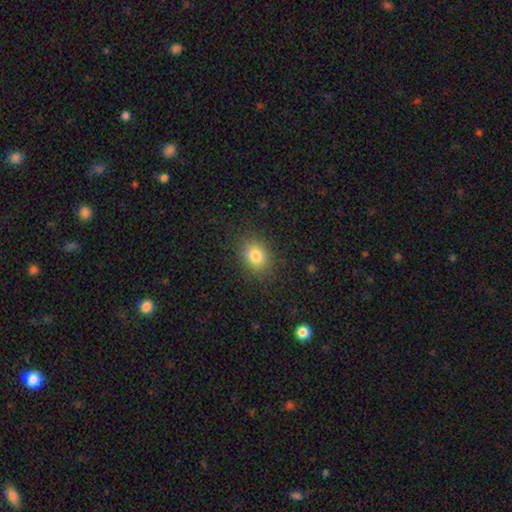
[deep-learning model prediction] Smooth or featured: smooth — 81% (star or artifact — 11%)
How rounded: in between — 59% (round — 39%)
Merging: none — 85% (minor disturbance — 10%)